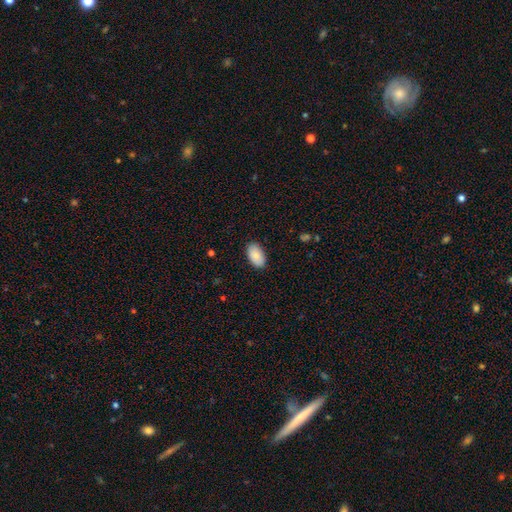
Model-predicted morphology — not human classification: A smooth galaxy with no disk features (87%) that is in between round and cigar-shaped (95%).

Vote fractions:
- Smooth or featured? smooth: 87% / featured or disk: 6% / star or artifact: 6%
- How rounded? in between: 95% / round: 3% / cigar-shaped: 1%
- Merging? none: 88% / minor disturbance: 9% / major disturbance: 2% / merger: 1%